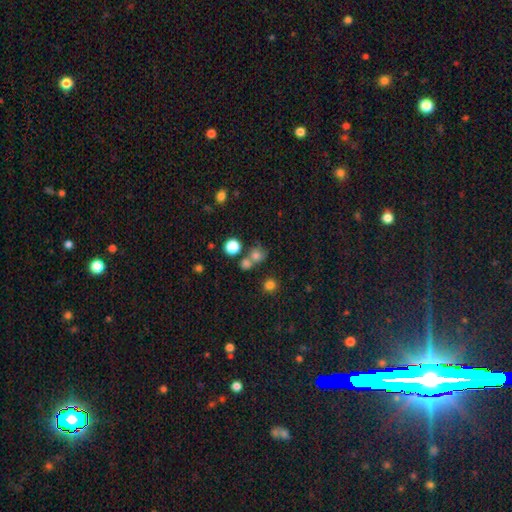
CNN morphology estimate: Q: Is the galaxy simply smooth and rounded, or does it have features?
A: smooth — 72%.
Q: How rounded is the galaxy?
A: round — 82%.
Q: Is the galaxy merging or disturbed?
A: none — 57%.